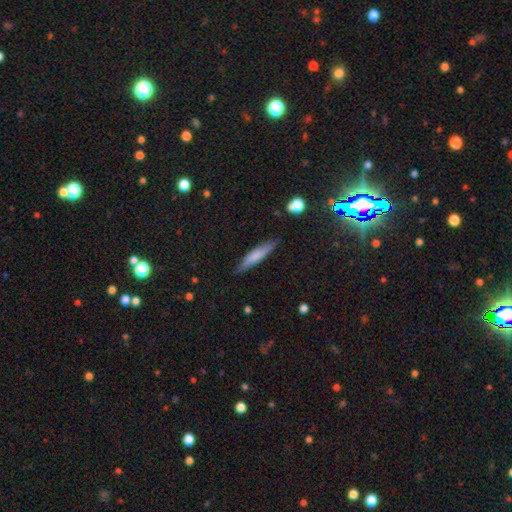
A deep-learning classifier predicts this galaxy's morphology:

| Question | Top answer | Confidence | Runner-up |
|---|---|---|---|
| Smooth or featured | smooth | 70% | featured or disk (24%) |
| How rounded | cigar-shaped | 87% | in between (11%) |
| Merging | none | 85% | minor disturbance (12%) |